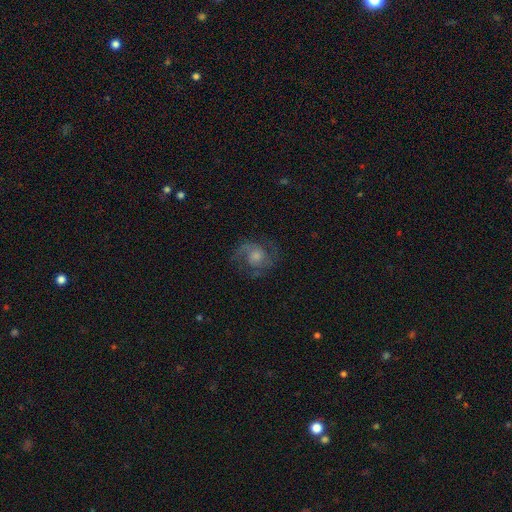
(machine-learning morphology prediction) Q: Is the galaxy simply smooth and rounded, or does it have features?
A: featured or disk — 76%.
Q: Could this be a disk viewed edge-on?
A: no — 98%.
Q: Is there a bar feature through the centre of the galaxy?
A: no — 68%.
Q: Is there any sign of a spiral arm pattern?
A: yes — 94%.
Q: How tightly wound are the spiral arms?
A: medium — 53%.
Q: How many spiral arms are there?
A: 2 — 73%.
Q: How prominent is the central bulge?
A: moderate — 46%.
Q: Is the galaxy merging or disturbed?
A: none — 73%.